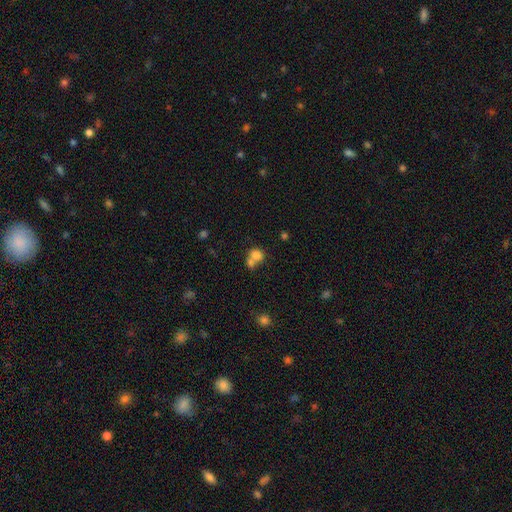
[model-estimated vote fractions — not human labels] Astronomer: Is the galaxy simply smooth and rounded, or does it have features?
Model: smooth — 76%.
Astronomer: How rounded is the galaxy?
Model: round — 71%.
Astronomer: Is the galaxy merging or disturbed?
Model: merger — 57%.